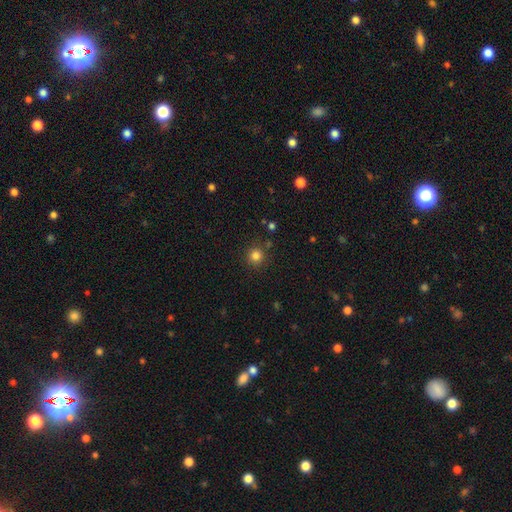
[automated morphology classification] A smooth galaxy with no disk features (82%) that is round (94%).

Vote fractions:
- Smooth or featured? smooth: 82% / star or artifact: 14% / featured or disk: 5%
- How rounded? round: 94% / in between: 5% / cigar-shaped: 1%
- Merging? none: 87% / minor disturbance: 7% / merger: 3% / major disturbance: 3%